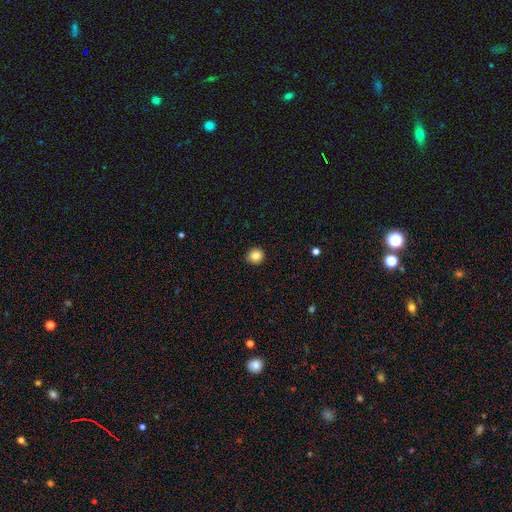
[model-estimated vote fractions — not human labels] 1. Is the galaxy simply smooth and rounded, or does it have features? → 84% smooth, 10% star or artifact, 6% featured or disk.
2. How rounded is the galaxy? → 93% round, 6% in between, 1% cigar-shaped.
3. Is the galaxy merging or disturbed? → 92% none, 6% minor disturbance, 2% major disturbance, 1% merger.